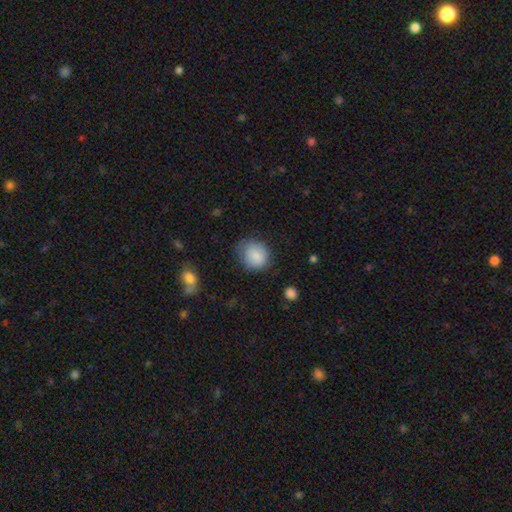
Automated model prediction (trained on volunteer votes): smooth_or_featured: smooth (p=0.85) [alt: star or artifact p=0.08]
how_rounded: round (p=0.71) [alt: in between p=0.28]
merging: none (p=0.63) [alt: minor disturbance p=0.27]